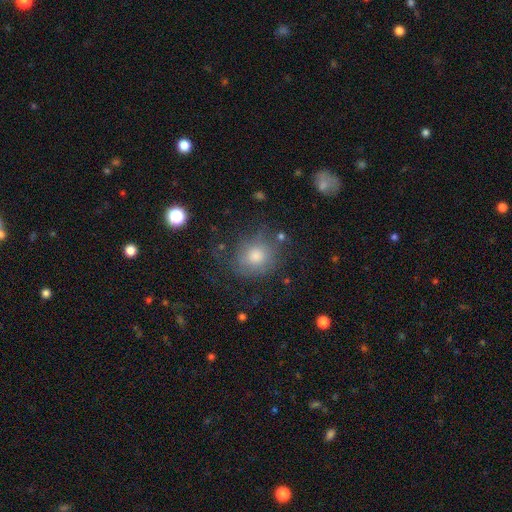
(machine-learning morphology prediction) A smooth galaxy with no disk features (66%) that is round (81%). Merging: none (68%).